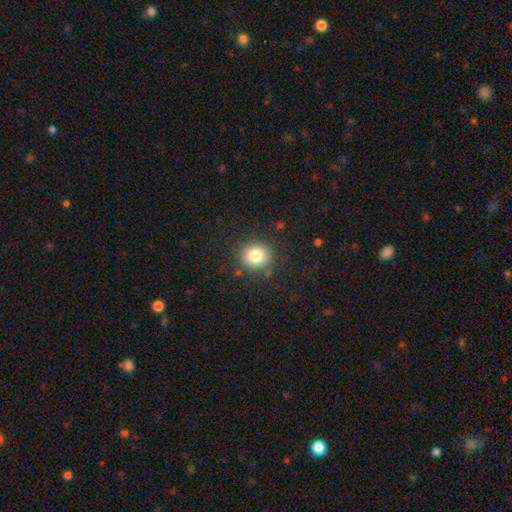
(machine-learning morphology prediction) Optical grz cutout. It shows a smooth galaxy with no disk features (80%) that is round (84%). Merging: none (86%).